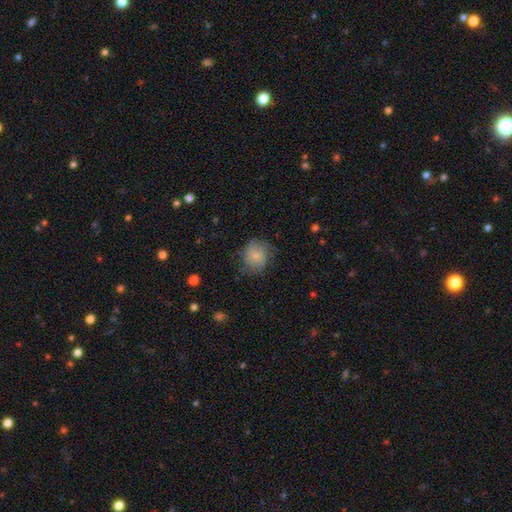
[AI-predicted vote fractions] Smooth or featured?
  - smooth: 67% *
  - featured or disk: 25%
  - star or artifact: 8%
How rounded?
  - round: 73% *
  - in between: 26%
  - cigar-shaped: 1%
Merging?
  - none: 59% *
  - minor disturbance: 28%
  - major disturbance: 12%
  - merger: 1%